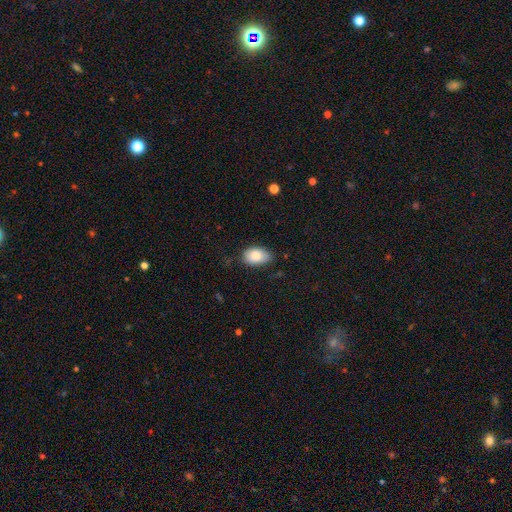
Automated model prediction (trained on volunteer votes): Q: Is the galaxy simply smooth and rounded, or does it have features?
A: smooth — 82%.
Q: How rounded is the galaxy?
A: in between — 89%.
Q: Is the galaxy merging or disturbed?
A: none — 70%.